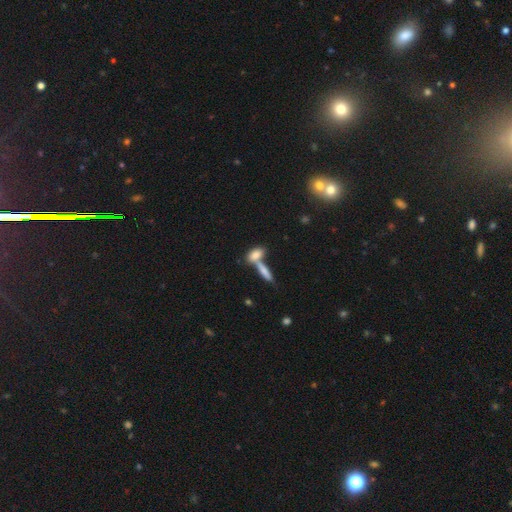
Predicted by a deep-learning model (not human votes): Smooth or featured? Predicted: smooth (p=0.78). How rounded? Predicted: in between (p=0.71). Merging? Predicted: merger (p=0.54).